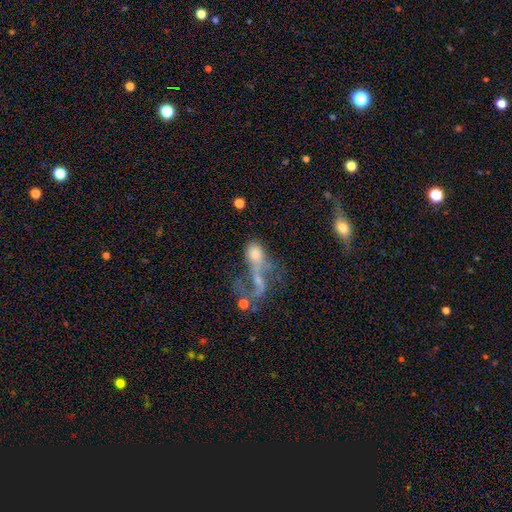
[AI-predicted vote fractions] smooth 49%, featured or disk 39%, star or artifact 12%. Down the decision tree: merging — merger (54%).